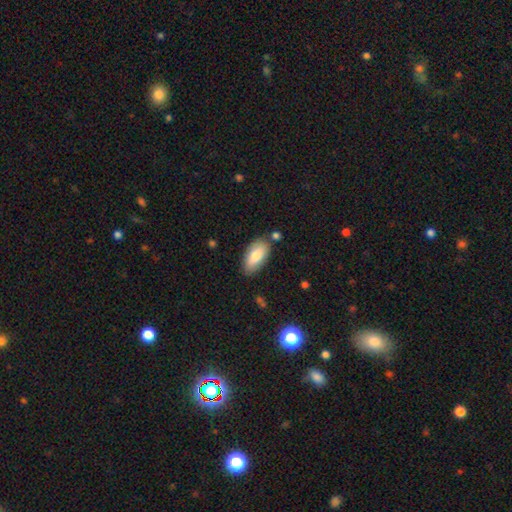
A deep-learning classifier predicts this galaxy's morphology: The model was most divided on "smooth or featured": smooth: 78%, featured or disk: 16%, star or artifact: 6%. More confident: how rounded — in between (90%); merging — none (79%).